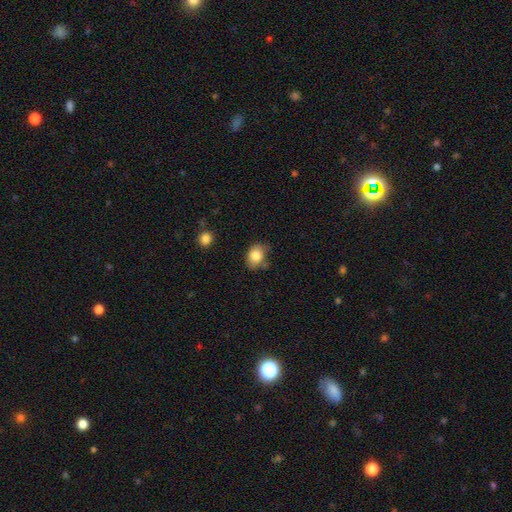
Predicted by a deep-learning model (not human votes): Morphology: type=smooth (83%); roundness=in between (64%); merging=none (65%).